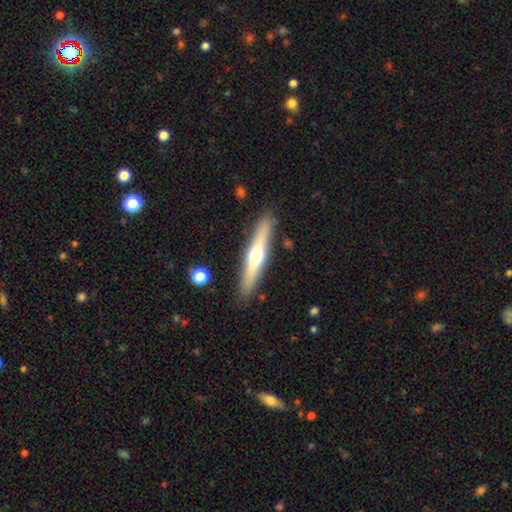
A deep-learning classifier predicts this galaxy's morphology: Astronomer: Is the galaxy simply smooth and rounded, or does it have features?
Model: featured or disk — 54% (runner-up: smooth, 41%).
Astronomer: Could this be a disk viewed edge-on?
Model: yes — 93%.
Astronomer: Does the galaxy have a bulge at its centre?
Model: rounded — 90%.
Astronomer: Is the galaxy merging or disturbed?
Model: none — 88%.